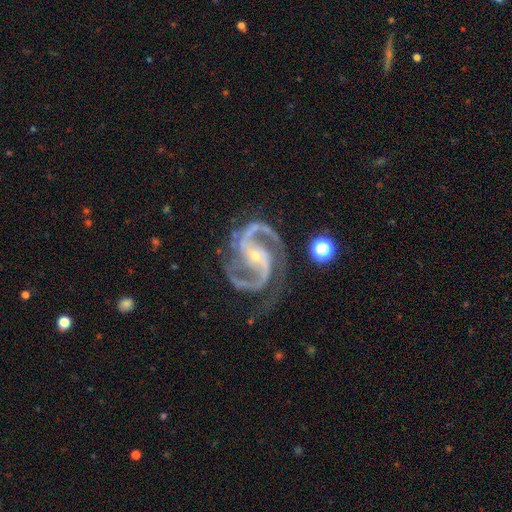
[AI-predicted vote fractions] The model was most divided on "bar": no: 38%, strong: 32%, weak: 30%. More confident: spiral arms — yes (99%); edge-on disk — no (98%); smooth or featured — featured or disk (93%); spiral arm count — 2 (86%); bulge size — small (75%); merging — none (70%); spiral winding — medium (67%).